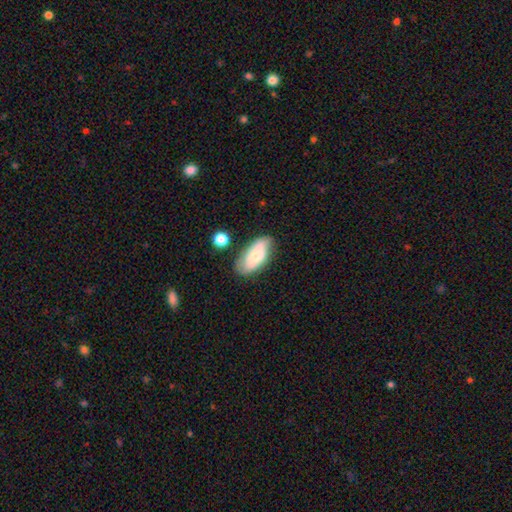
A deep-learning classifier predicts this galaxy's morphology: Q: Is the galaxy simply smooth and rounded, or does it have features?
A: smooth — 64%.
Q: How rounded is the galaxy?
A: in between — 91%.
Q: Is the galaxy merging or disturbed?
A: none — 67%.